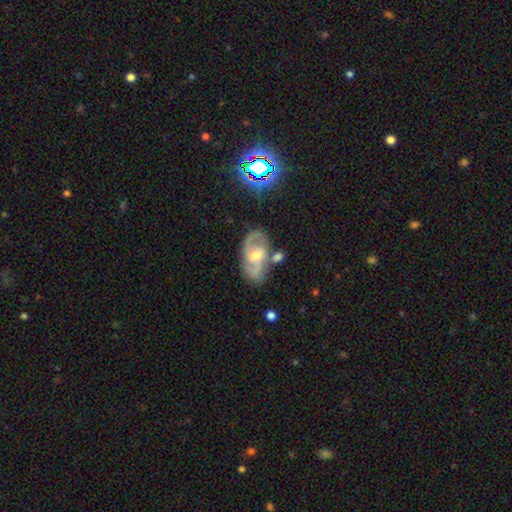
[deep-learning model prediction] Smooth or featured? featured or disk (77%)
Edge-on disk? no (96%)
Bar? weak (49%)
Spiral arms? yes (92%)
Spiral winding? medium (54%)
Spiral arm count? 2 (82%)
Bulge size? moderate (51%)
Merging? none (67%)